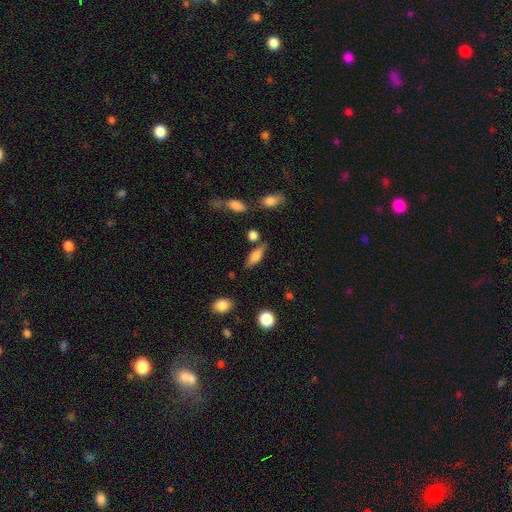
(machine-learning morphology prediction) Smooth or featured? Predicted: smooth (p=0.62). How rounded? Predicted: in between (p=0.64). Merging? Predicted: none (p=0.75).